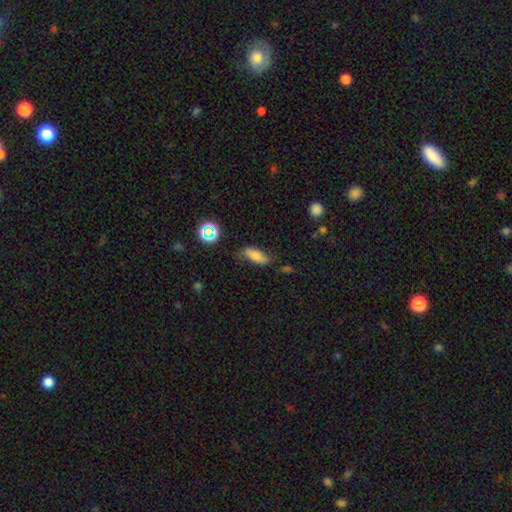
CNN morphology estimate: A smooth galaxy with no disk features (74%) that is in between round and cigar-shaped (75%).

Vote fractions:
- Smooth or featured? smooth: 74% / featured or disk: 14% / star or artifact: 12%
- How rounded? in between: 75% / cigar-shaped: 22% / round: 4%
- Merging? none: 67% / minor disturbance: 24% / major disturbance: 7% / merger: 3%